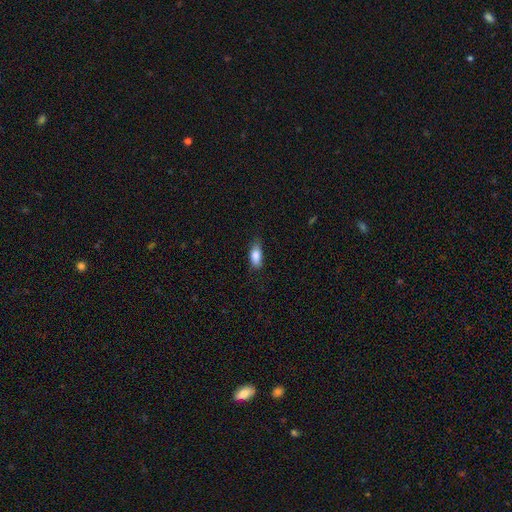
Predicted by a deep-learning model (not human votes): A smooth galaxy with no disk features (84%) that is in between round and cigar-shaped (83%).

Vote fractions:
- Smooth or featured? smooth: 84% / featured or disk: 9% / star or artifact: 7%
- How rounded? in between: 83% / cigar-shaped: 14% / round: 4%
- Merging? none: 70% / minor disturbance: 24% / major disturbance: 5% / merger: 1%